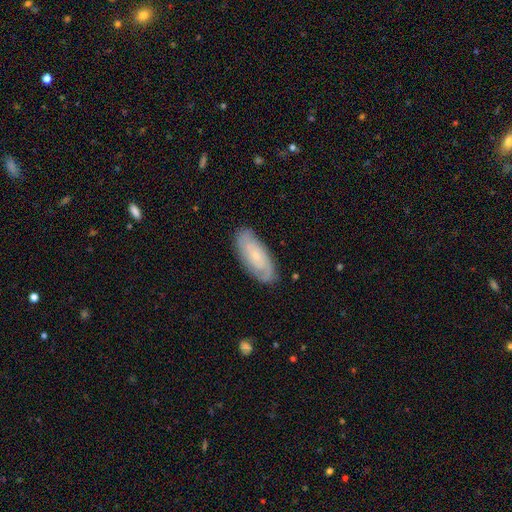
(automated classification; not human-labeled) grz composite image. It shows a featured or disk galaxy (66%) with no bar (71%), 2 (47%) tight (60%) spiral arms (89%) and a small central bulge (78%). Merging: none (83%).